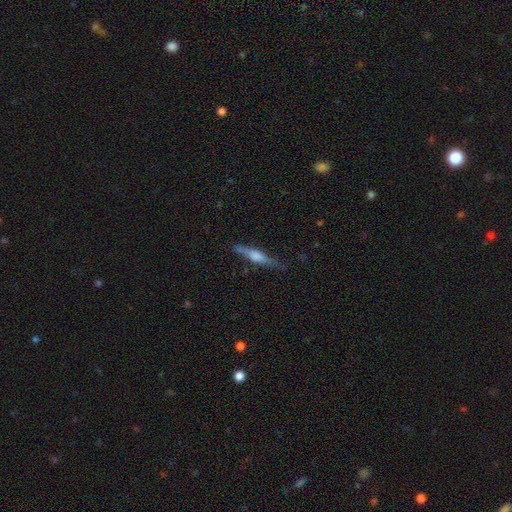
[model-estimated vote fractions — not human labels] Overall: featured or disk (63%; smooth 31%). Edge-on disk: yes (95%). Edge-on bulge: rounded (69%). Merging: none (79%).